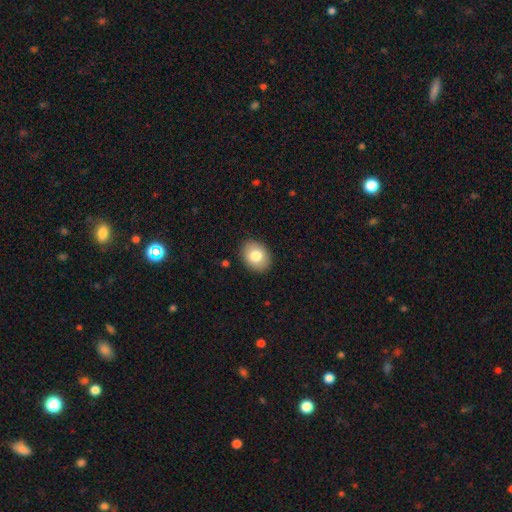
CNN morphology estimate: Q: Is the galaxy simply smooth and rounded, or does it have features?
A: smooth — 81%.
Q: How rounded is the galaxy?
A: in between — 64%.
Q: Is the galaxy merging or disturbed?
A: none — 89%.